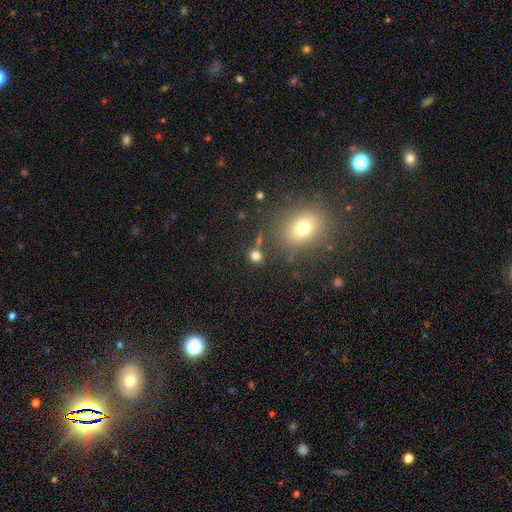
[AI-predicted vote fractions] smooth-or-featured: smooth: 75% | star or artifact: 18% | featured or disk: 7%
  how-rounded: round: 83% | in between: 15% | cigar-shaped: 2%
  merging: none: 71% | merger: 13% | minor disturbance: 10% | major disturbance: 6%